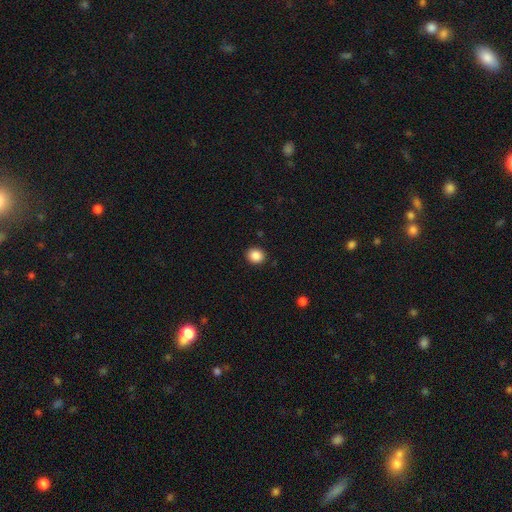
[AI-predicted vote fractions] smooth-or-featured: smooth: 87% | star or artifact: 10% | featured or disk: 3%
  how-rounded: round: 76% | in between: 23% | cigar-shaped: 1%
  merging: none: 91% | minor disturbance: 6% | major disturbance: 2% | merger: 1%